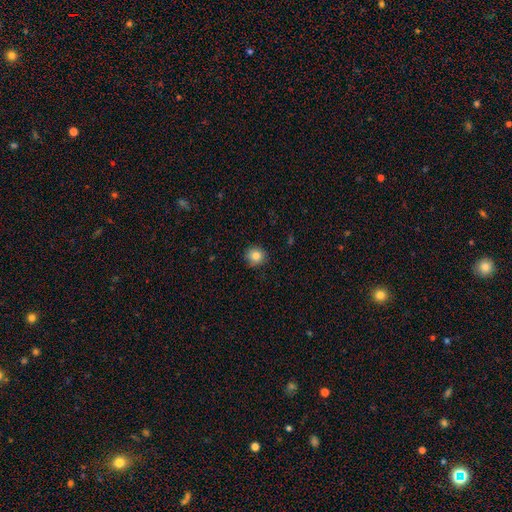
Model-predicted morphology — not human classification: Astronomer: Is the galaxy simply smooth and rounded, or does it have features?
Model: smooth — 84%.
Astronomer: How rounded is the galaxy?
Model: round — 89%.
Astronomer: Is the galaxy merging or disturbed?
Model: none — 88%.